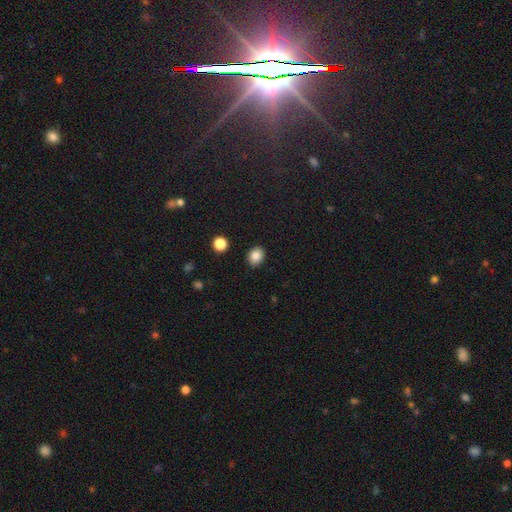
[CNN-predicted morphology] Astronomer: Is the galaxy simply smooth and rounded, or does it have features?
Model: smooth — 86%.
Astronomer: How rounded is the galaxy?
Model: round — 53% (runner-up: in between, 47%).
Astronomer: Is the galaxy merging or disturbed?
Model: none — 88%.